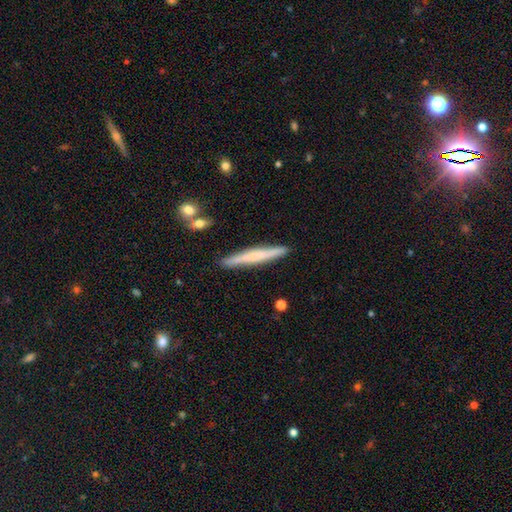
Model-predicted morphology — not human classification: Smooth or featured?
  - smooth: 54% *
  - featured or disk: 40%
  - star or artifact: 6%
How rounded?
  - cigar-shaped: 96% *
  - in between: 3%
  - round: 1%
Merging?
  - none: 88% *
  - minor disturbance: 8%
  - merger: 2%
  - major disturbance: 2%